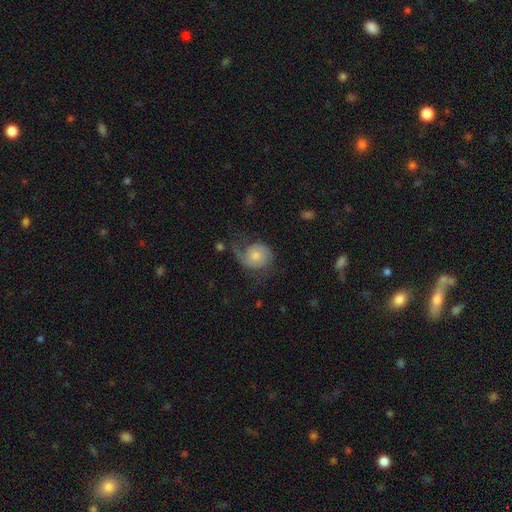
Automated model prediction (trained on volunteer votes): Smooth or featured: featured or disk — 60% (smooth — 33%)
Edge-on disk: no — 97% (yes — 3%)
Bar: no — 75% (weak — 22%)
Spiral arms: yes — 89% (no — 11%)
Spiral winding: loose — 47% (medium — 35%)
Spiral arm count: 1 — 51% (2 — 40%)
Bulge size: moderate — 48% (small — 37%)
Merging: none — 41% (major disturbance — 33%)